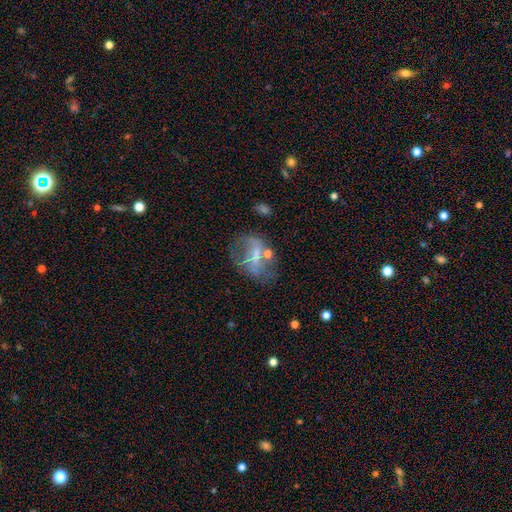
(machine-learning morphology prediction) smooth_or_featured: featured or disk (p=0.58) [alt: smooth p=0.27]
disk_edge_on: no (p=0.95) [alt: yes p=0.05]
bar: no (p=0.45) [alt: weak p=0.37]
has_spiral_arms: no (p=0.61) [alt: yes p=0.39]
bulge_size: small (p=0.40) [alt: none p=0.34]
merging: none (p=0.40) [alt: major disturbance p=0.29]